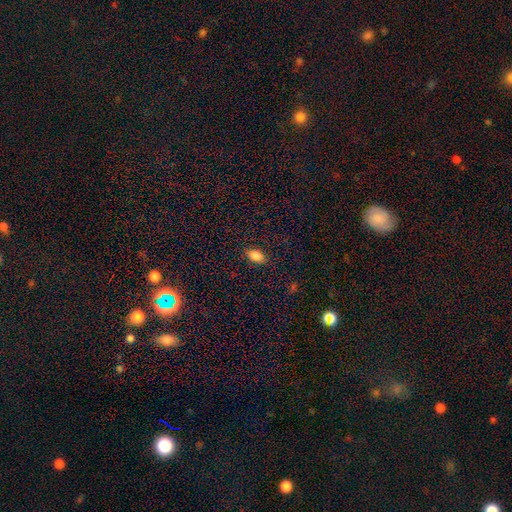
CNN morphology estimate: type=smooth (84%); roundness=in between (90%); merging=none (87%).